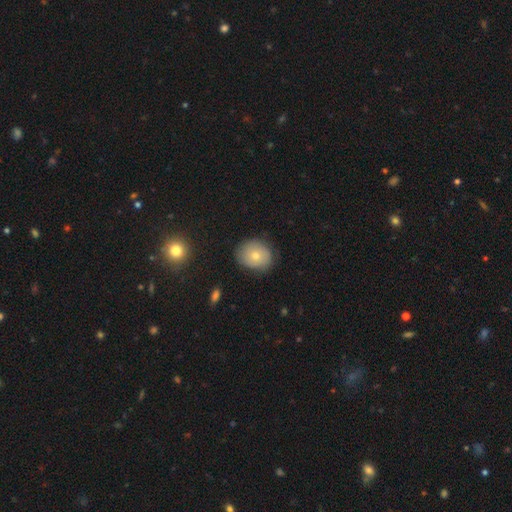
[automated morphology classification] A smooth galaxy with no disk features (69%) that is round (68%).

Vote fractions:
- Smooth or featured? smooth: 69% / featured or disk: 22% / star or artifact: 9%
- How rounded? round: 68% / in between: 31% / cigar-shaped: 1%
- Merging? none: 79% / minor disturbance: 16% / major disturbance: 3% / merger: 1%